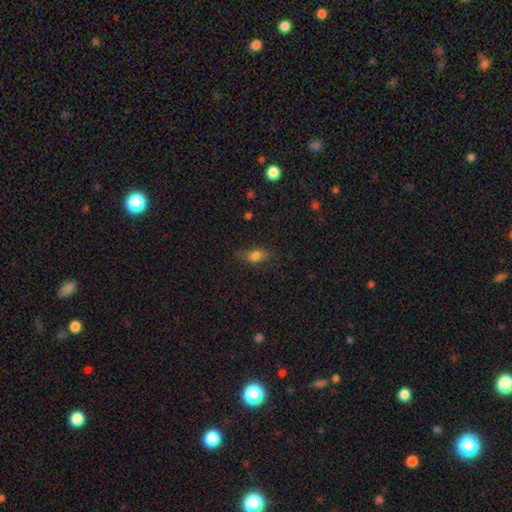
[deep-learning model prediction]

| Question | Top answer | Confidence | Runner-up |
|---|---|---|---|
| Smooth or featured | smooth | 77% | featured or disk (12%) |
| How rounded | in between | 78% | cigar-shaped (12%) |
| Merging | none | 74% | minor disturbance (19%) |